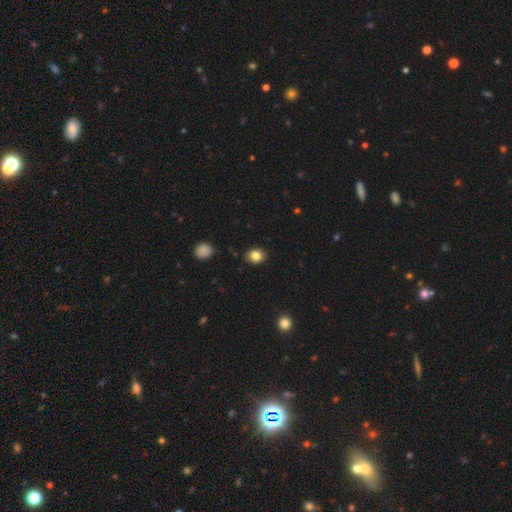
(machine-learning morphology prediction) A smooth galaxy with no disk features (84%) that is round (57%).

Vote fractions:
- Smooth or featured? smooth: 84% / star or artifact: 11% / featured or disk: 5%
- How rounded? round: 57% / in between: 42% / cigar-shaped: 1%
- Merging? none: 87% / minor disturbance: 9% / major disturbance: 2% / merger: 1%